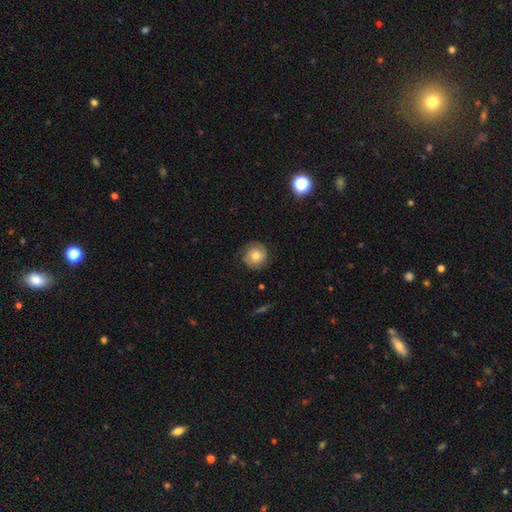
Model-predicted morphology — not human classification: This is possibly a smooth galaxy (48%). Merging: clearly none (81%).